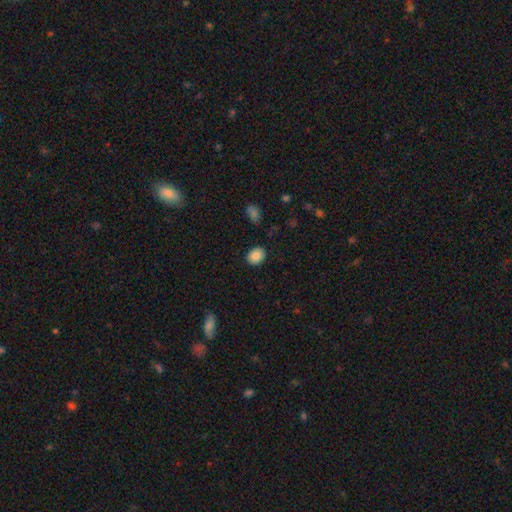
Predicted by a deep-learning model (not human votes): Morphology: type=smooth (85%); roundness=round (51%); merging=none (88%).